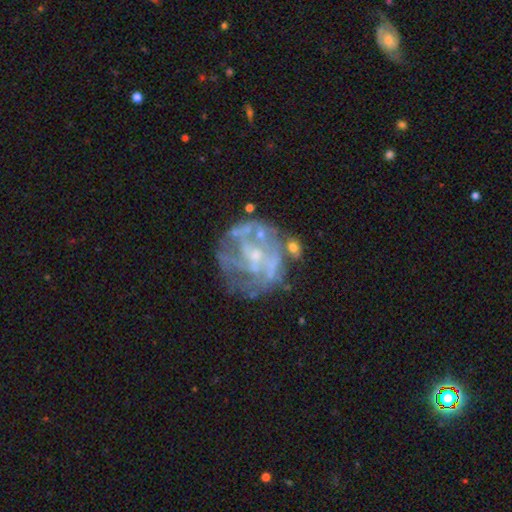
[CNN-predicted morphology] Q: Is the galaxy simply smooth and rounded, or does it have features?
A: featured or disk — 76%.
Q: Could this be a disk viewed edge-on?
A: no — 98%.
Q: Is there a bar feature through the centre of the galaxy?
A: no — 69%.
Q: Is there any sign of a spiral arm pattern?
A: no — 55%.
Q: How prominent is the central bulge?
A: small — 59%.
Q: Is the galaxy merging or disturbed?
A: none — 57%.